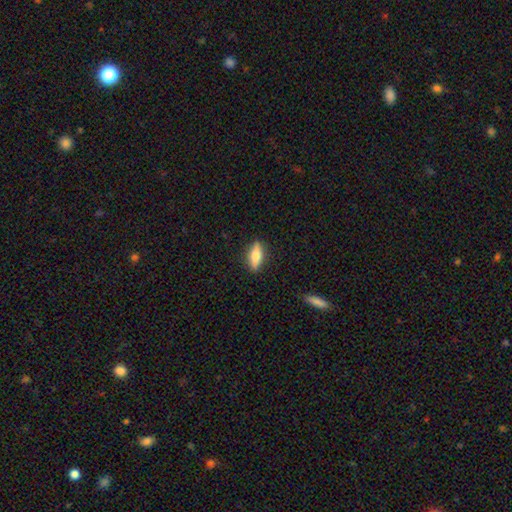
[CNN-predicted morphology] Q: Smooth or featured?
A: smooth (65%); runner-up: featured or disk (28%)
Q: How rounded?
A: in between (58%); runner-up: cigar-shaped (39%)
Q: Merging?
A: none (88%); runner-up: minor disturbance (9%)